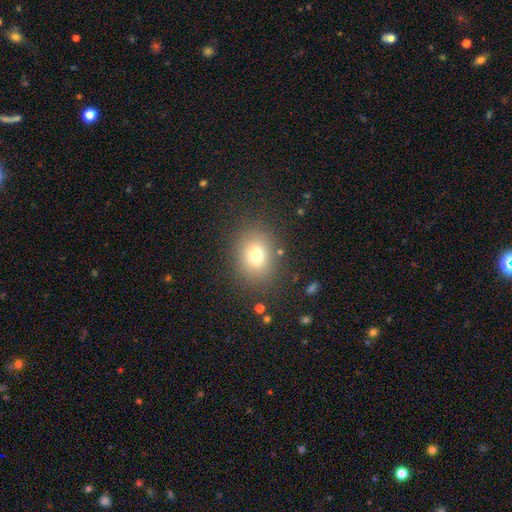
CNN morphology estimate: A smooth galaxy with no disk features (73%) that is round (58%). Merging: none (83%).